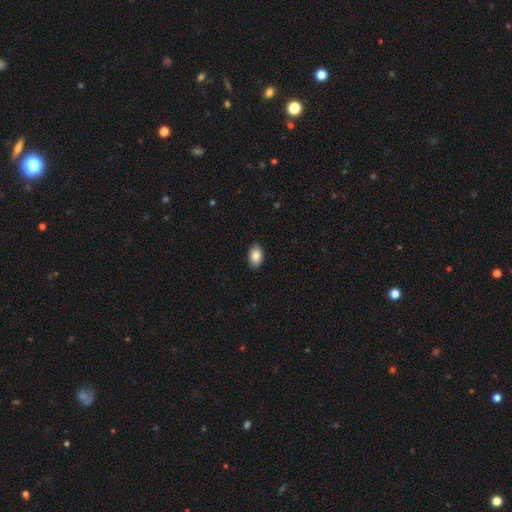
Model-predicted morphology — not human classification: A smooth galaxy with no disk features (86%) that is in between round and cigar-shaped (87%).

Vote fractions:
- Smooth or featured? smooth: 86% / star or artifact: 8% / featured or disk: 6%
- How rounded? in between: 87% / round: 12% / cigar-shaped: 1%
- Merging? none: 89% / minor disturbance: 8% / major disturbance: 2% / merger: 1%